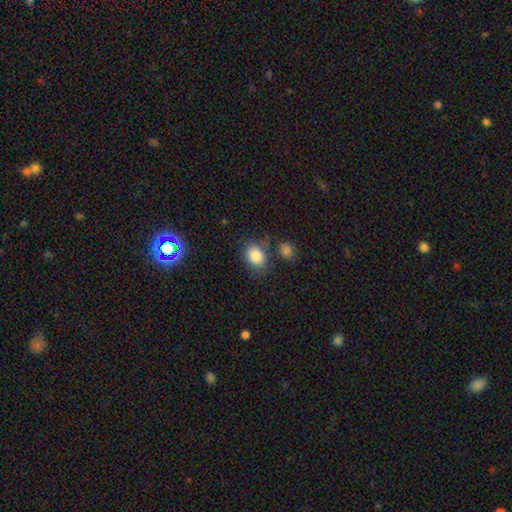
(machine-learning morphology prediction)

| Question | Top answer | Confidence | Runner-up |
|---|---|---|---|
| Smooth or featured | smooth | 85% | star or artifact (9%) |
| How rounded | in between | 66% | round (33%) |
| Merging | none | 68% | minor disturbance (16%) |